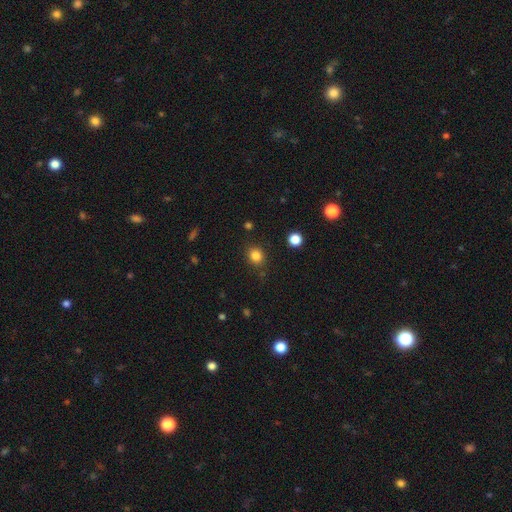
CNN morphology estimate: smooth_or_featured: smooth (p=0.83) [alt: star or artifact p=0.13]
how_rounded: round (p=0.73) [alt: in between p=0.26]
merging: none (p=0.84) [alt: minor disturbance p=0.10]